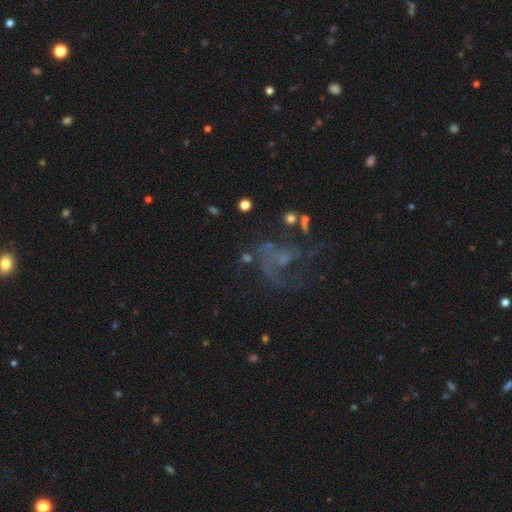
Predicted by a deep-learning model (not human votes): A featured or disk galaxy (61%) with no bar (77%), spiral arms (61%) and no central bulge (47%).

Vote fractions:
- Smooth or featured? featured or disk: 61% / star or artifact: 23% / smooth: 16%
- Edge-on disk? no: 98% / yes: 2%
- Bar? no: 77% / weak: 19% / strong: 4%
- Spiral arms? yes: 61% / no: 39%
- Bulge size? none: 47% / small: 38% / moderate: 12% / large: 2% / dominant: 1%
- Merging? major disturbance: 39% / none: 37% / minor disturbance: 16% / merger: 8%